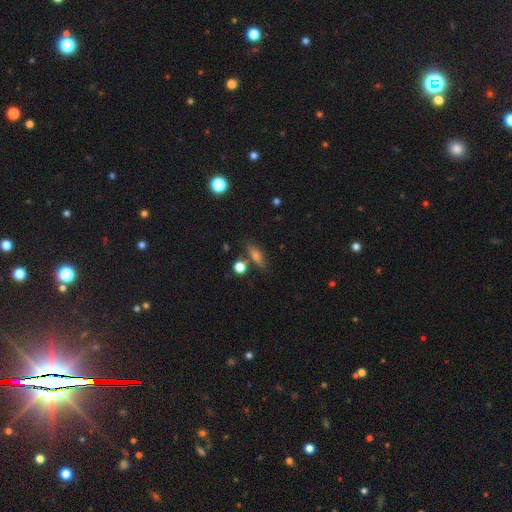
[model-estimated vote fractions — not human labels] A smooth galaxy with no disk features (65%) that is in between round and cigar-shaped (50%). Merging: none (73%).